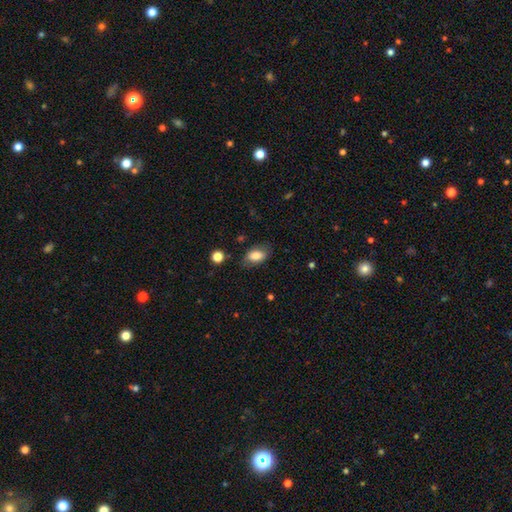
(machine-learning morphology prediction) This is clearly a smooth galaxy (80%). How rounded: clearly in between (89%). Merging: likely none (76%).